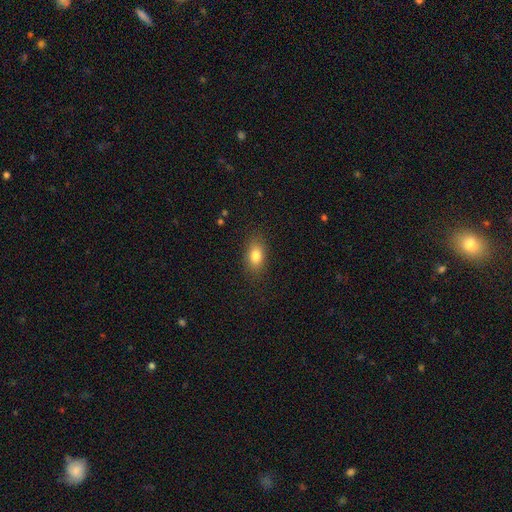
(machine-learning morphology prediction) This appears to be a smooth galaxy with no disk features (82%) that is in between round and cigar-shaped (84%). Merging: none (85%).